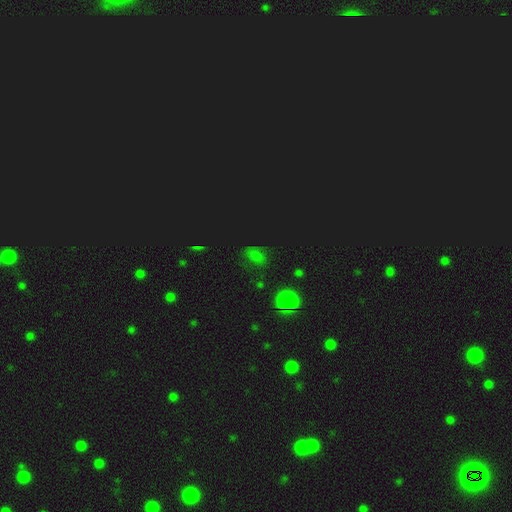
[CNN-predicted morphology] Smooth or featured? star or artifact (50%)